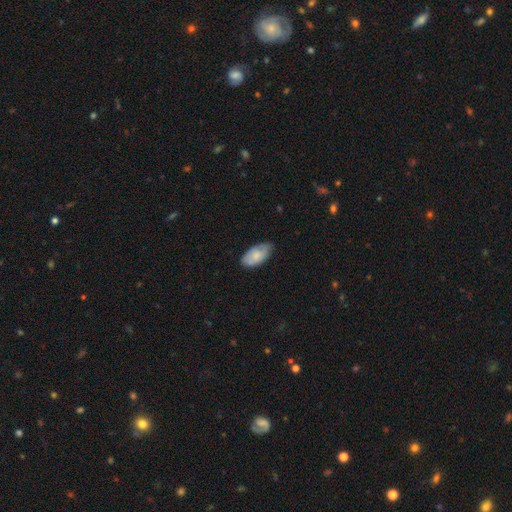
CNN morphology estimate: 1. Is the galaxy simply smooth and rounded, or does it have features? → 73% smooth, 21% featured or disk, 6% star or artifact.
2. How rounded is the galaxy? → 95% in between, 3% cigar-shaped, 2% round.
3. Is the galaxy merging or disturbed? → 67% none, 27% minor disturbance, 4% major disturbance, 1% merger.